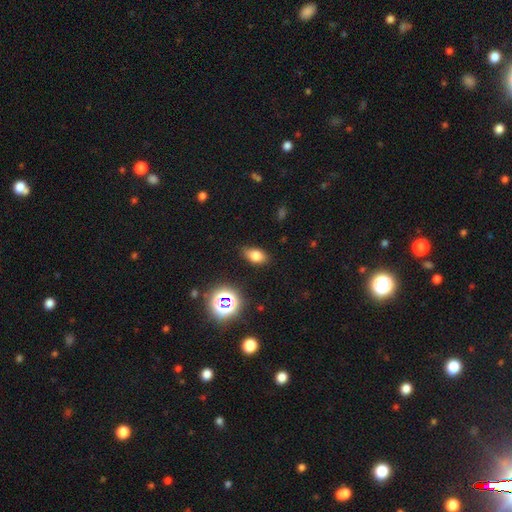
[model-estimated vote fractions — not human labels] Smooth or featured? smooth (75%)
How rounded? in between (86%)
Merging? none (84%)